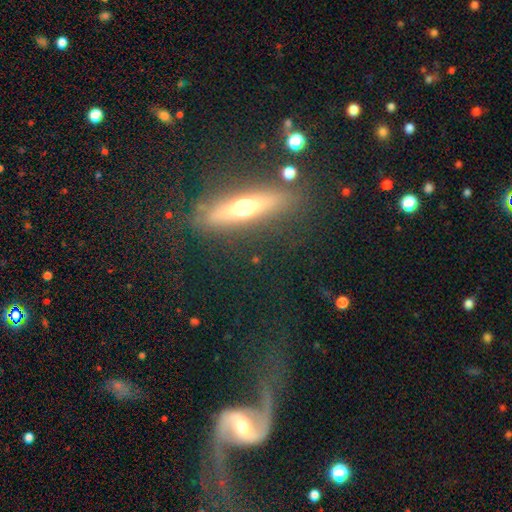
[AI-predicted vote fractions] A featured or disk galaxy (67%) viewed edge-on (68%). Merging: none (66%).